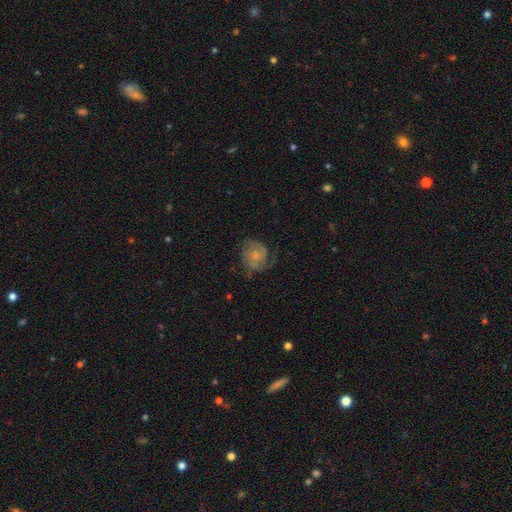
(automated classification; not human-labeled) Overall: featured or disk (59%; smooth 33%). Edge-on disk: no (98%). Bar: no (75%). Spiral arms: yes (86%). Spiral arm count: 2 (40%; can't tell 25%). Spiral winding: medium (41%; tight 40%). Bulge size: small (39%; none 32%). Merging: none (56%; minor disturbance 24%).